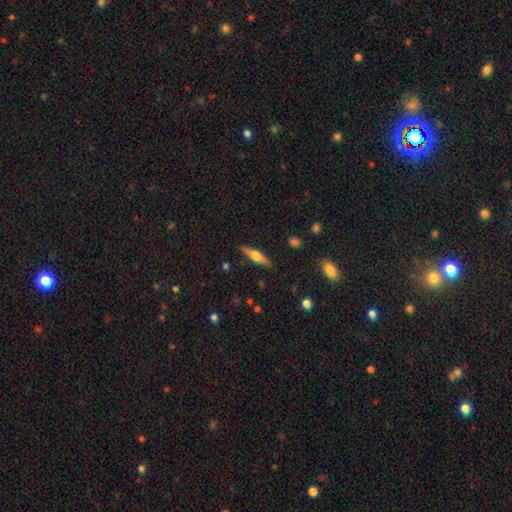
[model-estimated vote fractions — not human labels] Smooth or featured: featured or disk — 58% (smooth — 36%)
Edge-on disk: yes — 96% (no — 4%)
Edge-on bulge: rounded — 90% (boxy — 7%)
Merging: none — 89% (minor disturbance — 8%)